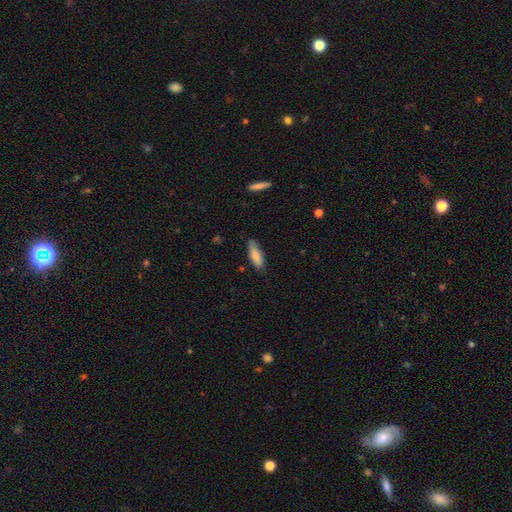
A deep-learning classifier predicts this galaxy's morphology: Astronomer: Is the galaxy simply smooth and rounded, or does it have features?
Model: smooth — 83%.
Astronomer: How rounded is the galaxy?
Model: in between — 57% (runner-up: cigar-shaped, 42%).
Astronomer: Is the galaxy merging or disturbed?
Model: none — 73%.